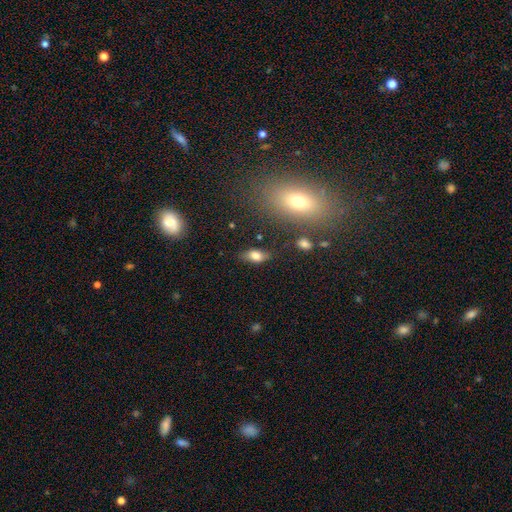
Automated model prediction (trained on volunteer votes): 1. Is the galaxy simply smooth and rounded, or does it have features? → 76% smooth, 15% featured or disk, 9% star or artifact.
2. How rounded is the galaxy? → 86% in between, 8% cigar-shaped, 7% round.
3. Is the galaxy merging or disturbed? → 76% none, 16% minor disturbance, 4% major disturbance, 4% merger.